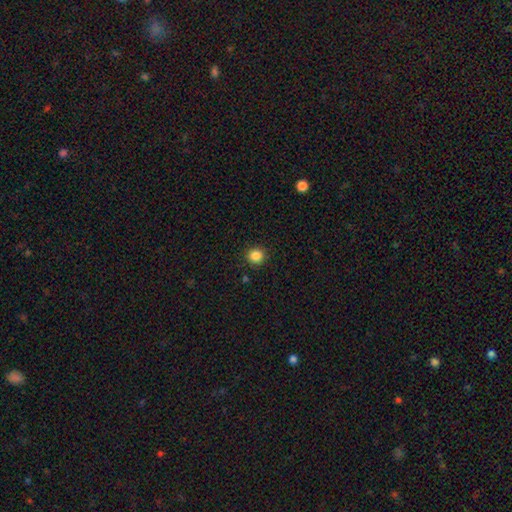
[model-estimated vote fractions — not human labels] This appears to be a smooth galaxy with no disk features (85%) that is round (95%). Merging: none (92%).